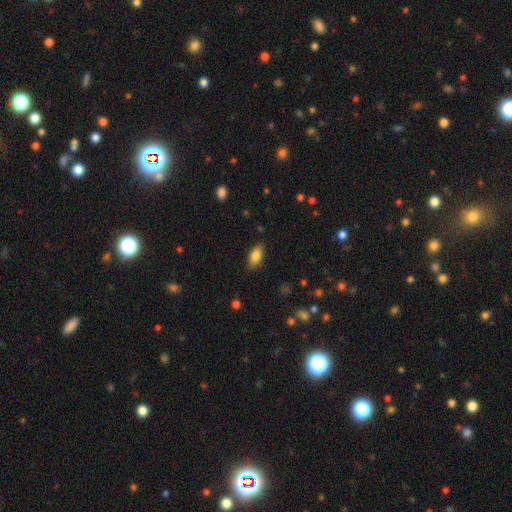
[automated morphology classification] Smooth or featured: smooth — 82% (featured or disk — 10%)
How rounded: in between — 87% (cigar-shaped — 10%)
Merging: none — 84% (minor disturbance — 12%)